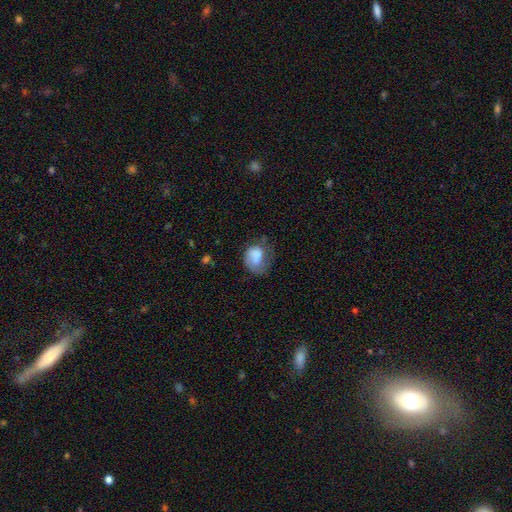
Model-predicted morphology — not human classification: Q: Smooth or featured?
A: smooth (66%); runner-up: featured or disk (26%)
Q: How rounded?
A: in between (59%); runner-up: round (40%)
Q: Merging?
A: major disturbance (37%); runner-up: none (31%)